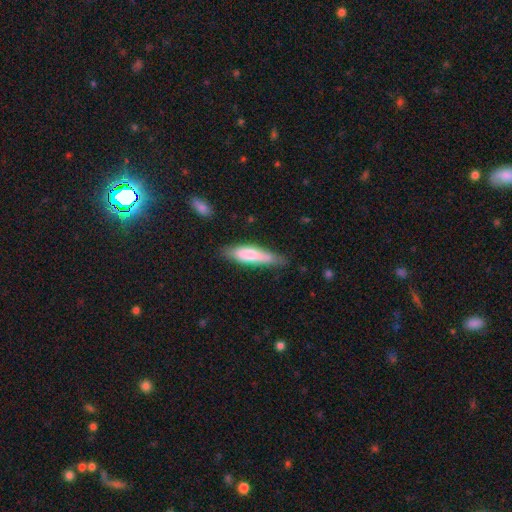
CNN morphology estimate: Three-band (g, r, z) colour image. It shows a smooth galaxy with no disk features (74%) that is cigar-shaped (67%). Merging: none (70%).